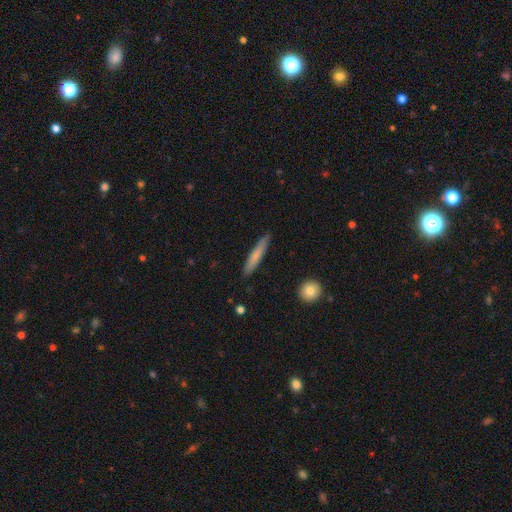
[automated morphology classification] This appears to be a smooth galaxy with no disk features (70%) that is cigar-shaped (92%). Merging: none (88%).